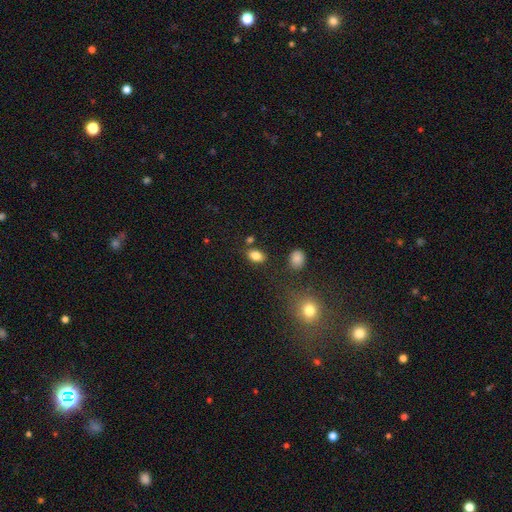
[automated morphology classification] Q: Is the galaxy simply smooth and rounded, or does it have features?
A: smooth — 83%.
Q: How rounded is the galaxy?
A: in between — 82%.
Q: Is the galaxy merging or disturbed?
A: none — 78%.